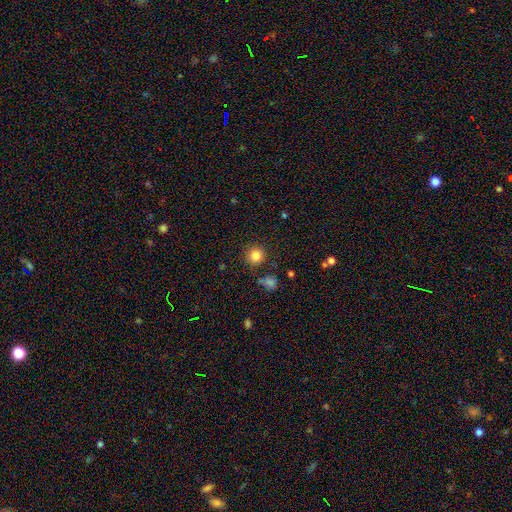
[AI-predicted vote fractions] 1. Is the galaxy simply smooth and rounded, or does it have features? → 84% smooth, 12% star or artifact, 5% featured or disk.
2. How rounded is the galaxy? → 93% round, 6% in between, 1% cigar-shaped.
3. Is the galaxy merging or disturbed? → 86% none, 8% minor disturbance, 3% merger, 3% major disturbance.